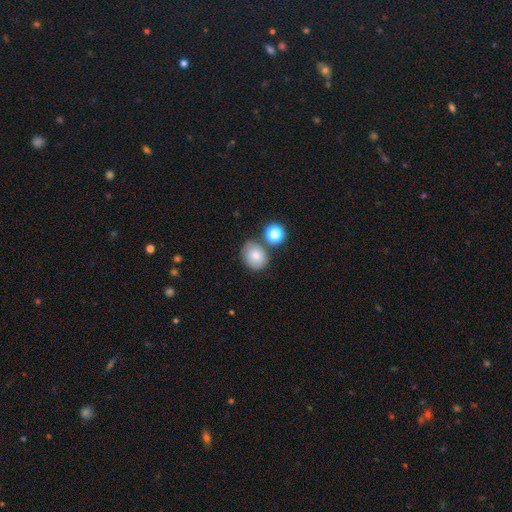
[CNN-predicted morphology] A smooth galaxy with no disk features (78%) that is round (64%). Merging: none (66%).